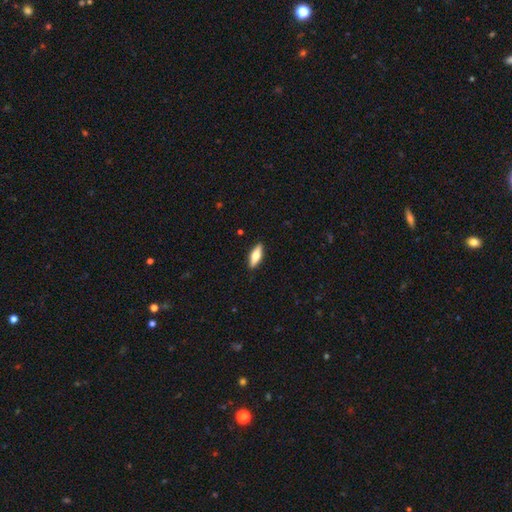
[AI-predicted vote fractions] Smooth or featured? Predicted: smooth (p=0.58). How rounded? Predicted: in between (p=0.57). Merging? Predicted: none (p=0.90).